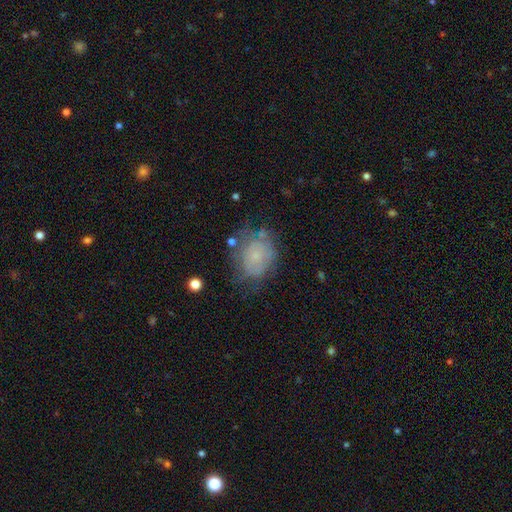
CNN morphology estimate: Smooth or featured? smooth (56%)
How rounded? round (56%)
Merging? none (51%)